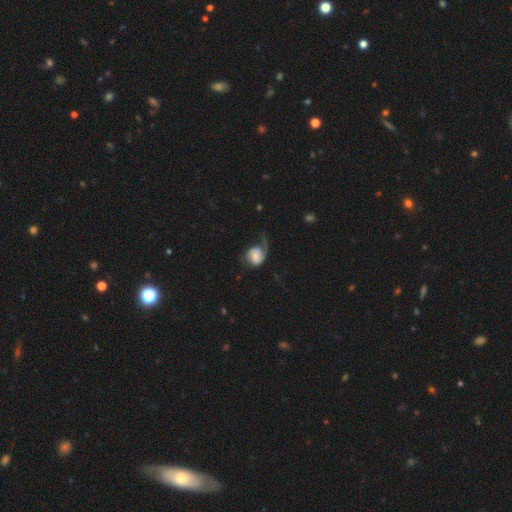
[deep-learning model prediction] featured or disk 57%, smooth 36%, star or artifact 7%. Down the decision tree: edge-on disk — no (97%); bar — no (68%); spiral arms — yes (87%); bulge size — small (40%); merging — major disturbance (40%).